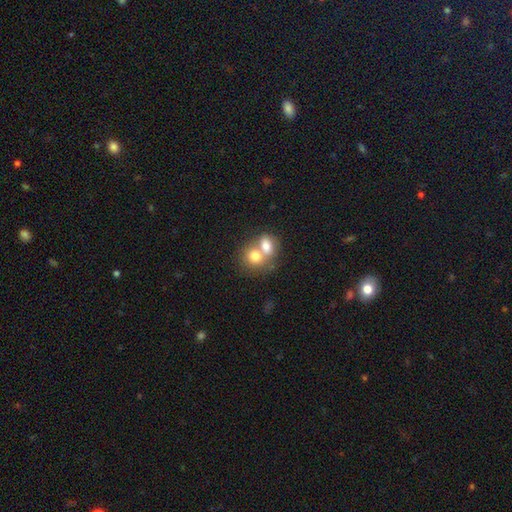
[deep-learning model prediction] This appears to be a smooth galaxy with no disk features (74%) that is round (57%). Merging: merger (70%).